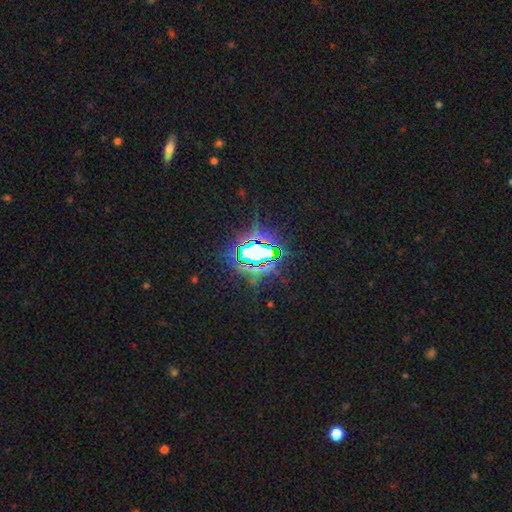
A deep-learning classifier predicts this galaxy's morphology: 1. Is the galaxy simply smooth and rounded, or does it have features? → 83% star or artifact, 10% smooth, 7% featured or disk.